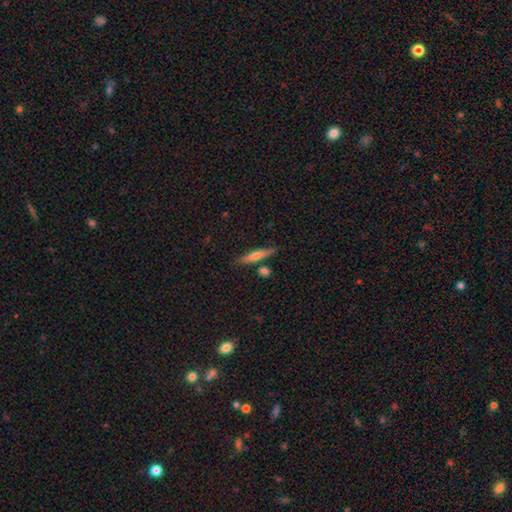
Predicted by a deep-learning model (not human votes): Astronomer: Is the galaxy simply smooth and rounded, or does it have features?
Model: smooth — 51% (runner-up: featured or disk, 41%).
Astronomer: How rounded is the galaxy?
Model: cigar-shaped — 89%.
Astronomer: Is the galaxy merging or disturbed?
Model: none — 81%.